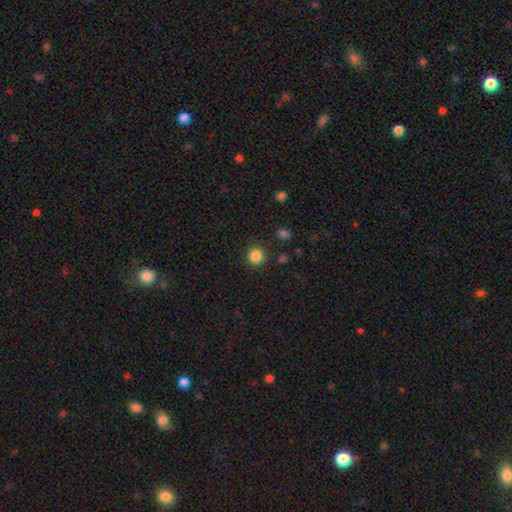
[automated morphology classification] Q: Smooth or featured?
A: smooth (85%); runner-up: star or artifact (12%)
Q: How rounded?
A: round (93%); runner-up: in between (6%)
Q: Merging?
A: none (88%); runner-up: minor disturbance (7%)